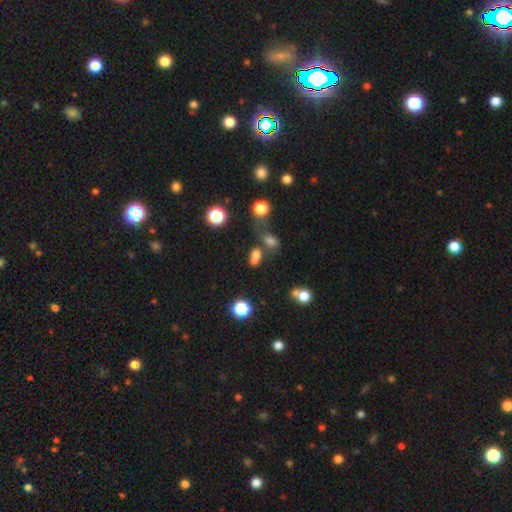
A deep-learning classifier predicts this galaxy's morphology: This is likely a smooth galaxy (69%). How rounded: likely in between (64%). Merging: marginally merger (42%).